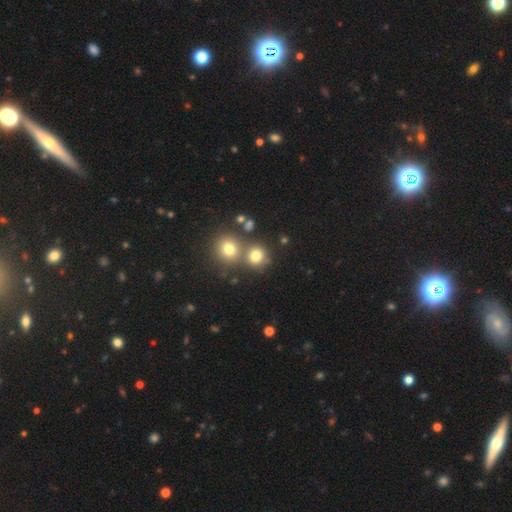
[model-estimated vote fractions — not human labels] smooth-or-featured: smooth: 76% | star or artifact: 15% | featured or disk: 9%
  how-rounded: round: 86% | in between: 13% | cigar-shaped: 1%
  merging: none: 57% | merger: 31% | minor disturbance: 8% | major disturbance: 4%